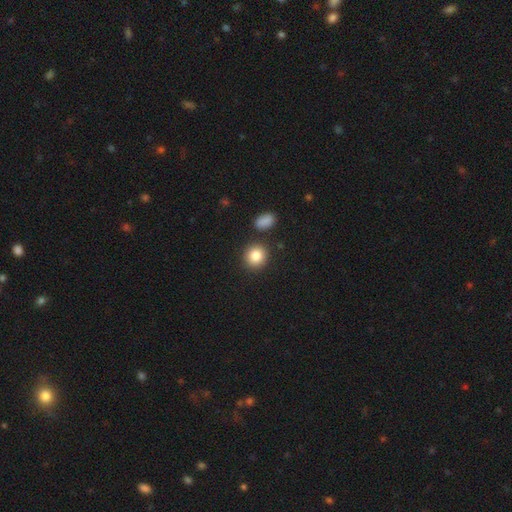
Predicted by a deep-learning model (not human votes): A smooth galaxy with no disk features (85%) that is round (84%). Merging: none (84%).